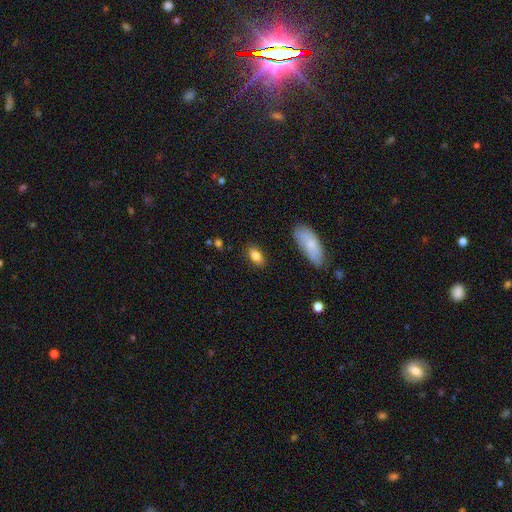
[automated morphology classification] smooth-or-featured: smooth: 84% | featured or disk: 8% | star or artifact: 8%
  how-rounded: in between: 88% | round: 7% | cigar-shaped: 4%
  merging: none: 85% | minor disturbance: 10% | major disturbance: 3% | merger: 2%